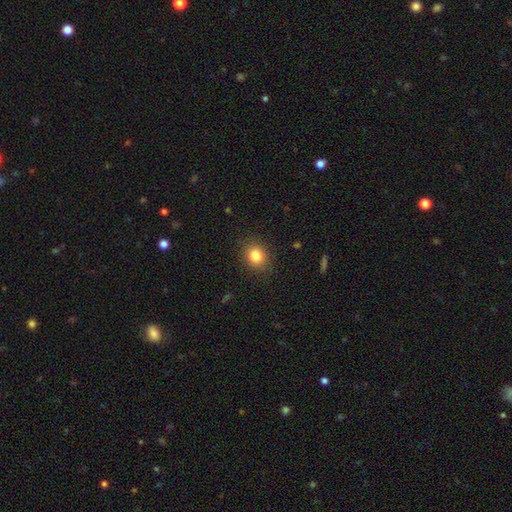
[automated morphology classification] A smooth galaxy with no disk features (83%) that is round (65%).

Vote fractions:
- Smooth or featured? smooth: 83% / star or artifact: 11% / featured or disk: 6%
- How rounded? round: 65% / in between: 34% / cigar-shaped: 1%
- Merging? none: 88% / minor disturbance: 9% / major disturbance: 3% / merger: 1%